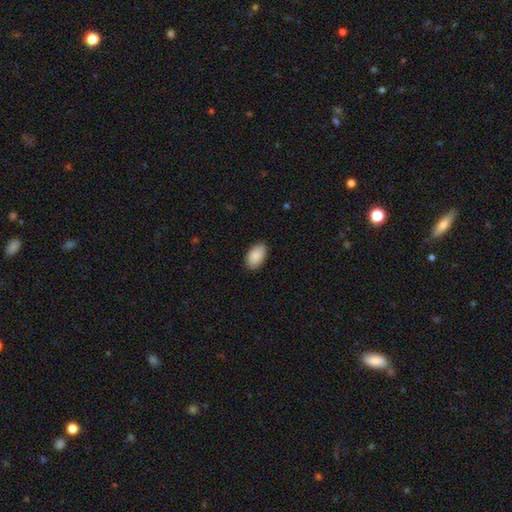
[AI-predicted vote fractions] This appears to be a smooth galaxy with no disk features (89%) that is in between round and cigar-shaped (93%). Merging: none (86%).